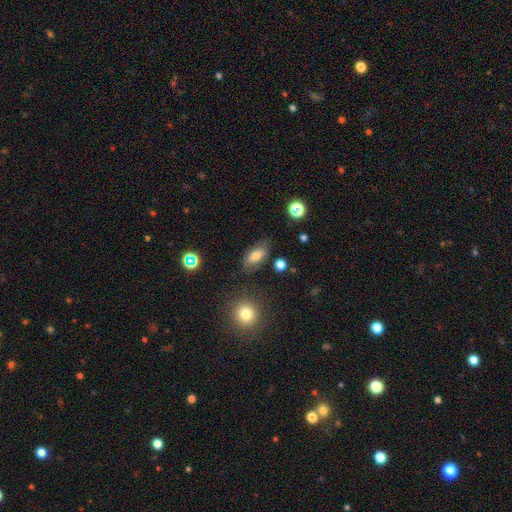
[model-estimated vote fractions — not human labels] Smooth or featured? smooth (67%)
How rounded? in between (85%)
Merging? none (73%)